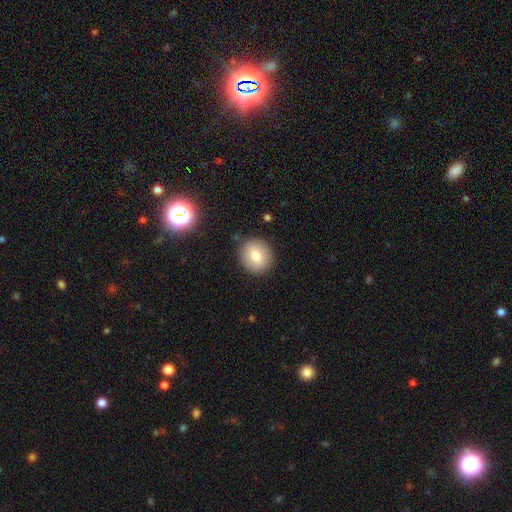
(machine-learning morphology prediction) smooth_or_featured: smooth (p=0.76) [alt: featured or disk p=0.15]
how_rounded: round (p=0.87) [alt: in between p=0.12]
merging: none (p=0.87) [alt: minor disturbance p=0.09]